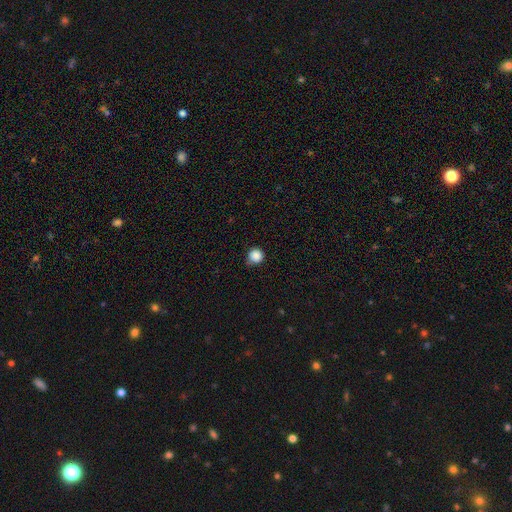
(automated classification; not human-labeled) Q: Smooth or featured?
A: smooth (87%); runner-up: star or artifact (11%)
Q: How rounded?
A: round (95%); runner-up: in between (4%)
Q: Merging?
A: none (84%); runner-up: minor disturbance (13%)